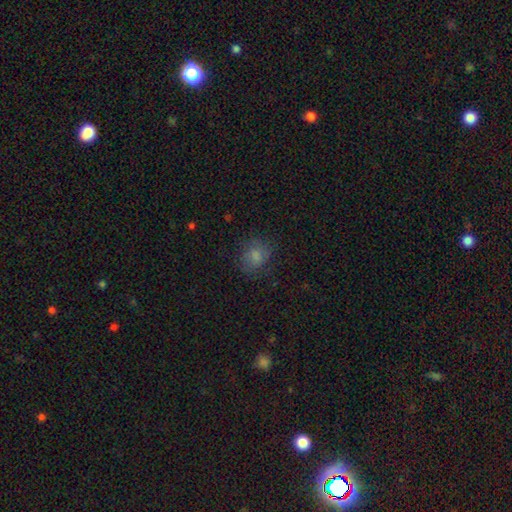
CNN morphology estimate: Smooth or featured? smooth (76%)
How rounded? round (61%)
Merging? none (70%)